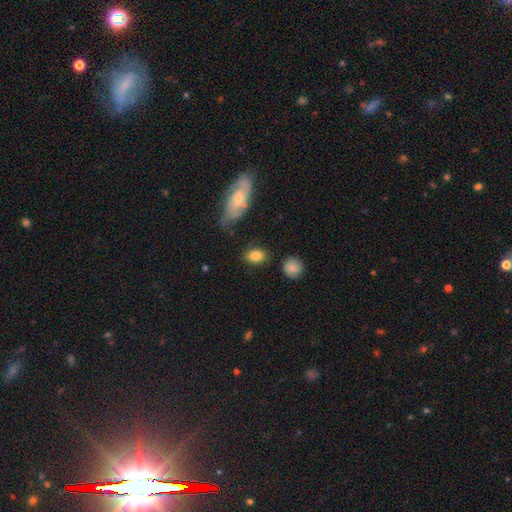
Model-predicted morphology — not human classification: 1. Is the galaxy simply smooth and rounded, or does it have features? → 83% smooth, 9% featured or disk, 8% star or artifact.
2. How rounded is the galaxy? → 78% in between, 19% round, 3% cigar-shaped.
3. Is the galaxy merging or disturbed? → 79% none, 14% minor disturbance, 4% major disturbance, 4% merger.